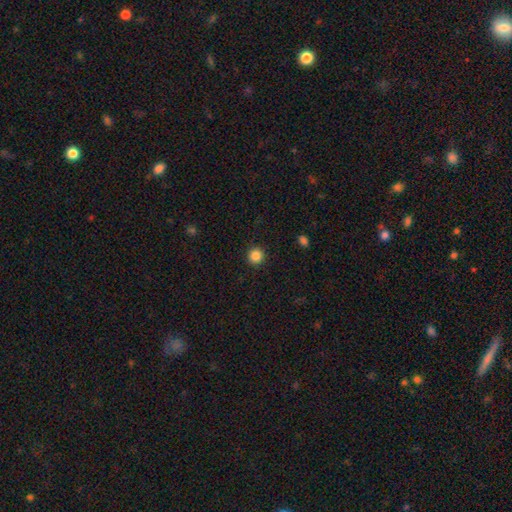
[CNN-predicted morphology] A smooth galaxy with no disk features (86%) that is round (95%). Merging: none (92%).